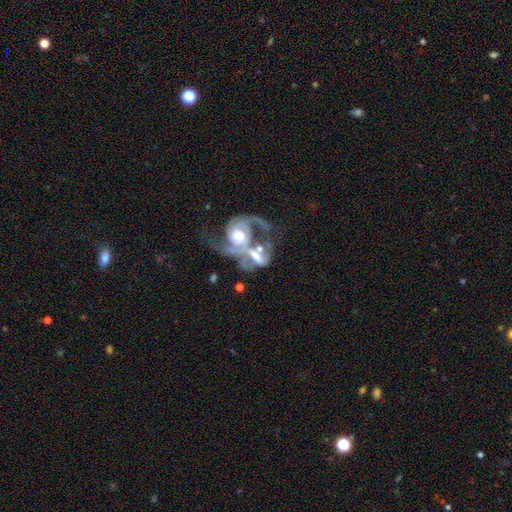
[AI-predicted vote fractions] Smooth or featured? featured or disk (80%)
Edge-on disk? no (96%)
Bar? no (48%)
Spiral arms? yes (87%)
Spiral winding? loose (41%)
Spiral arm count? 2 (68%)
Bulge size? moderate (55%)
Merging? merger (74%)